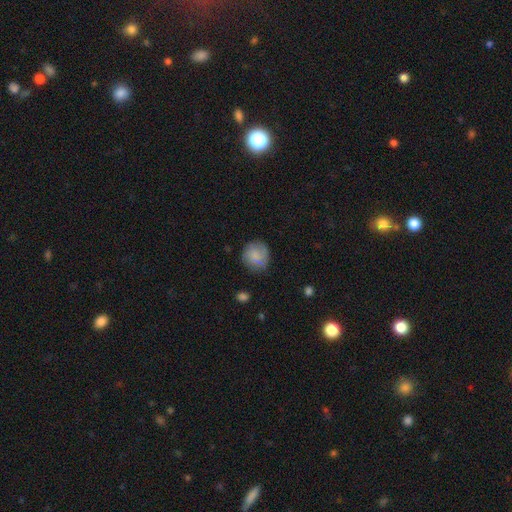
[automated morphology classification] Smooth or featured?
  - smooth: 71% *
  - featured or disk: 22%
  - star or artifact: 7%
How rounded?
  - round: 87% *
  - in between: 12%
  - cigar-shaped: 1%
Merging?
  - none: 74% *
  - minor disturbance: 18%
  - major disturbance: 6%
  - merger: 2%